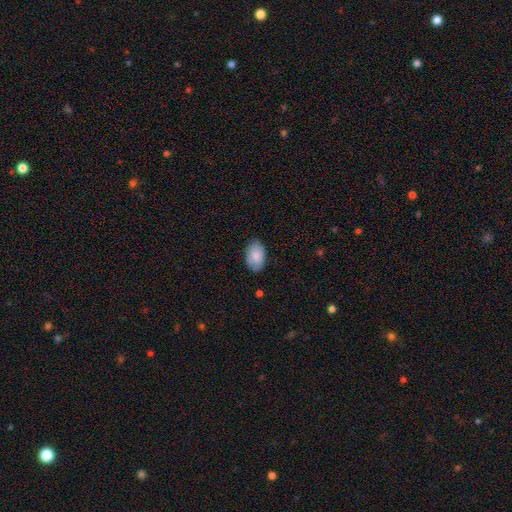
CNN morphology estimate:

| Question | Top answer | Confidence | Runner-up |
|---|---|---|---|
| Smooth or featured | smooth | 85% | featured or disk (9%) |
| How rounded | in between | 90% | round (9%) |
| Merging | none | 84% | minor disturbance (12%) |